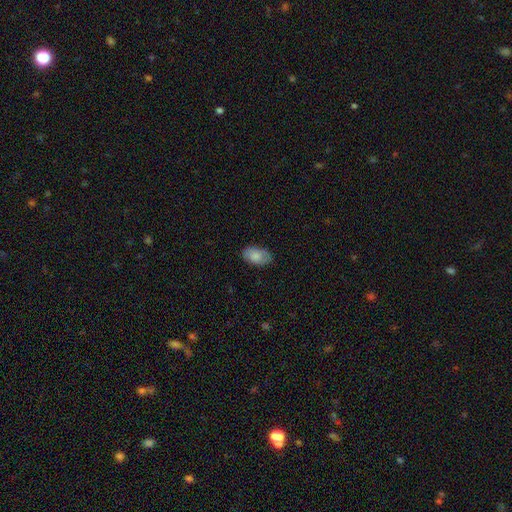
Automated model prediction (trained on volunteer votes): smooth 81%, featured or disk 13%, star or artifact 7%. Down the decision tree: how rounded — in between (93%); merging — none (81%).